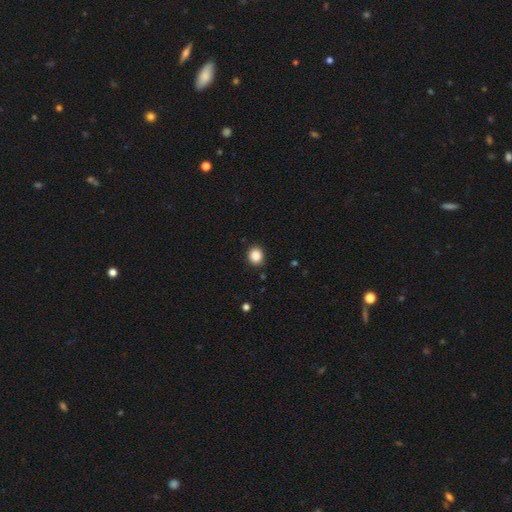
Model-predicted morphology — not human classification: Smooth or featured: smooth — 87% (star or artifact — 10%)
How rounded: round — 77% (in between — 22%)
Merging: none — 89% (minor disturbance — 8%)